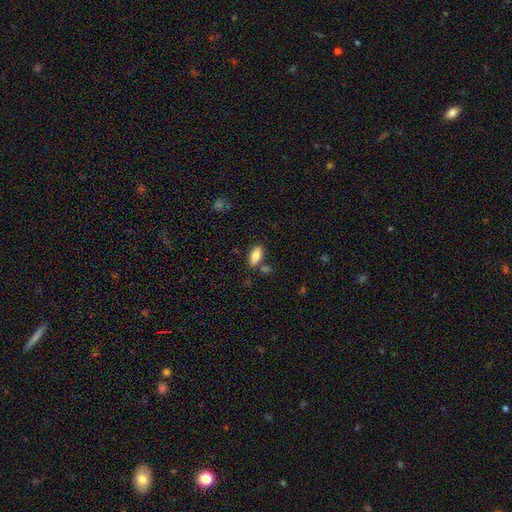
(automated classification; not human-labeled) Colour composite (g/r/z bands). It shows a smooth galaxy with no disk features (85%) that is in between round and cigar-shaped (88%). Merging: none (76%).